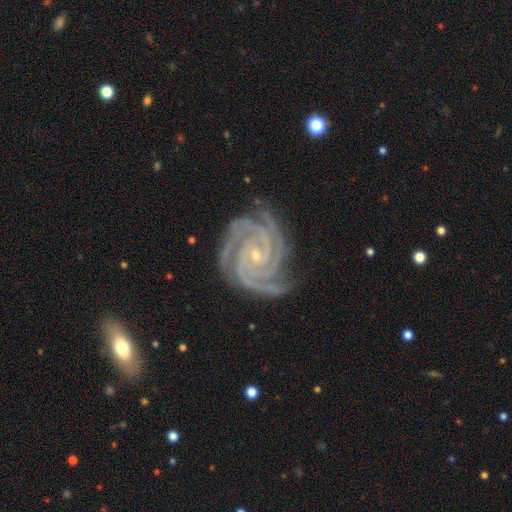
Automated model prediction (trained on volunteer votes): Smooth or featured? featured or disk (93%)
Edge-on disk? no (98%)
Bar? no (61%)
Spiral arms? yes (99%)
Spiral winding? tight (81%)
Spiral arm count? 4 (39%)
Bulge size? small (82%)
Merging? none (79%)